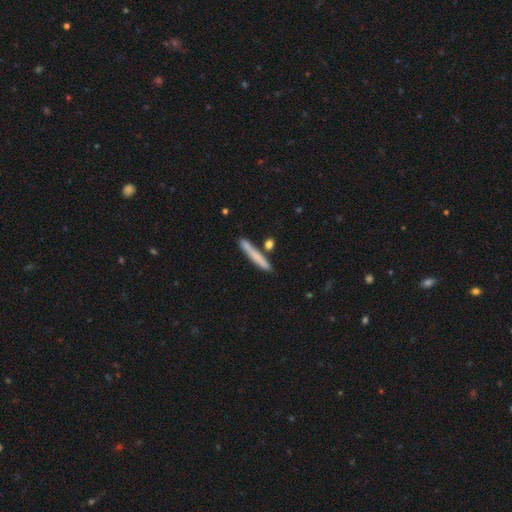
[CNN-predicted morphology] Smooth or featured?
  - smooth: 70% *
  - featured or disk: 23%
  - star or artifact: 7%
How rounded?
  - cigar-shaped: 95% *
  - in between: 3%
  - round: 2%
Merging?
  - none: 79% *
  - minor disturbance: 11%
  - merger: 7%
  - major disturbance: 3%